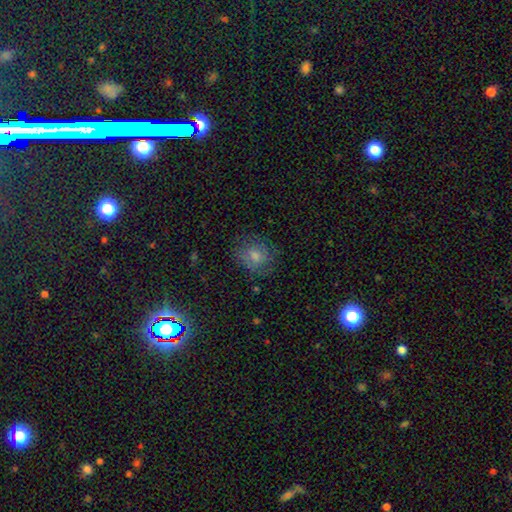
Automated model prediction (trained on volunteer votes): A smooth galaxy with no disk features (48%).

Vote fractions:
- Smooth or featured? smooth: 48% / featured or disk: 28% / star or artifact: 24%
- Merging? none: 74% / minor disturbance: 17% / major disturbance: 8% / merger: 1%